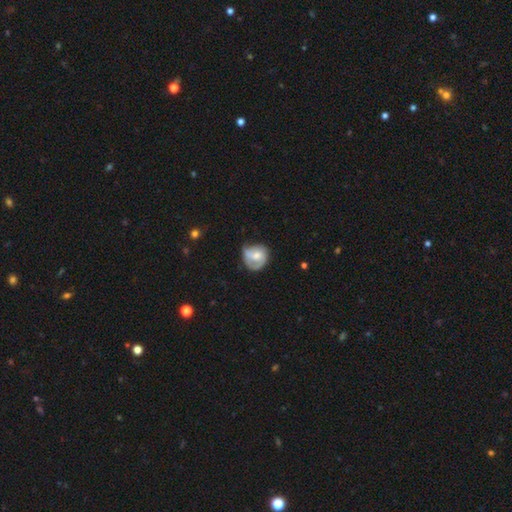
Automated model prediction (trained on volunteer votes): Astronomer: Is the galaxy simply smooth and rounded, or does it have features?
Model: featured or disk — 49% (runner-up: smooth, 44%).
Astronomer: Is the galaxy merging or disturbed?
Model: none — 46% (runner-up: minor disturbance, 33%).